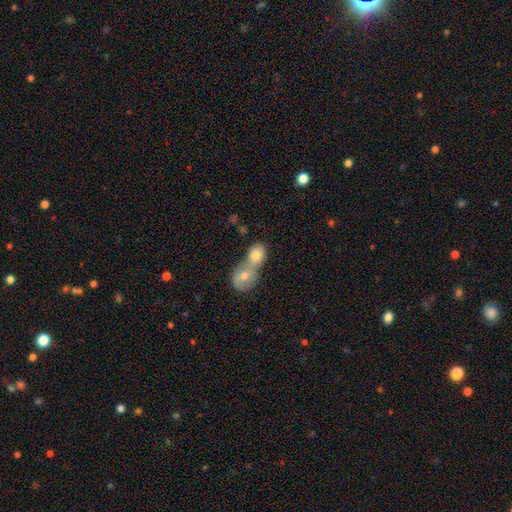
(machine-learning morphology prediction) smooth-or-featured: smooth: 72% | featured or disk: 19% | star or artifact: 8%
  how-rounded: round: 50% | in between: 47% | cigar-shaped: 2%
  merging: merger: 73% | none: 20% | minor disturbance: 5% | major disturbance: 2%